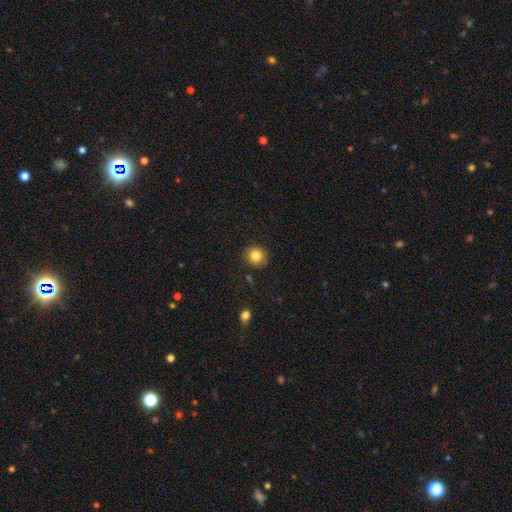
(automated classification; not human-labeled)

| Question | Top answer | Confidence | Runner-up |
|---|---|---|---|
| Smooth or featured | smooth | 82% | star or artifact (11%) |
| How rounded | round | 91% | in between (8%) |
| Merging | none | 89% | minor disturbance (8%) |